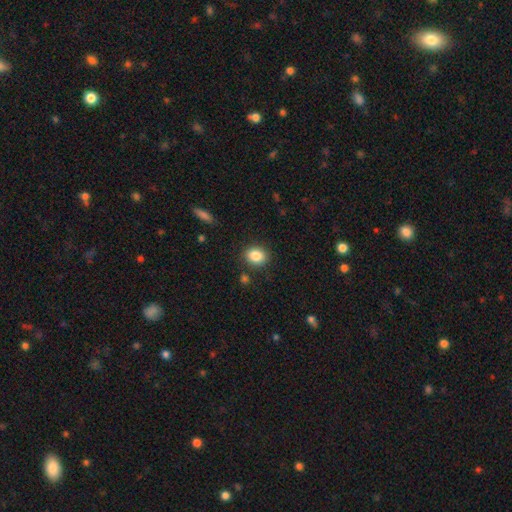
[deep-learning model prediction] smooth-or-featured: smooth: 86% | star or artifact: 9% | featured or disk: 5%
  how-rounded: in between: 50% | round: 48% | cigar-shaped: 1%
  merging: none: 85% | minor disturbance: 9% | major disturbance: 3% | merger: 2%